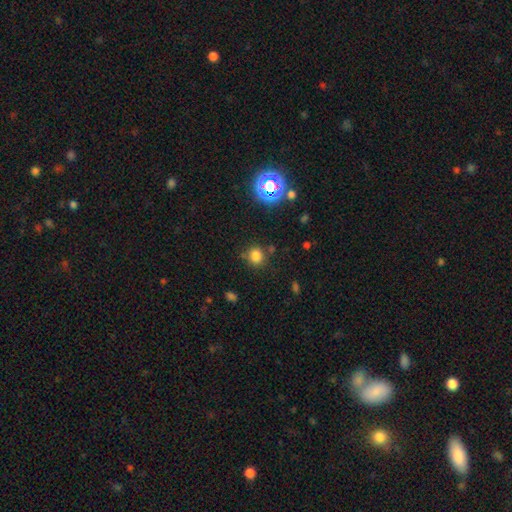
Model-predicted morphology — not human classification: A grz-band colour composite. It shows a smooth galaxy with no disk features (76%) that is round (79%). Merging: none (75%).